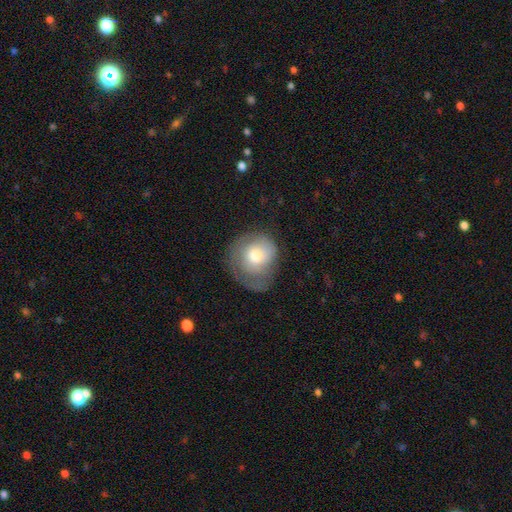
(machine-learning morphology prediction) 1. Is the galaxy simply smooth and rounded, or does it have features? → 59% smooth, 33% featured or disk, 8% star or artifact.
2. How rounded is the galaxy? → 79% round, 20% in between, 1% cigar-shaped.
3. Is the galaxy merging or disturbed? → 43% none, 30% minor disturbance, 26% major disturbance, 2% merger.